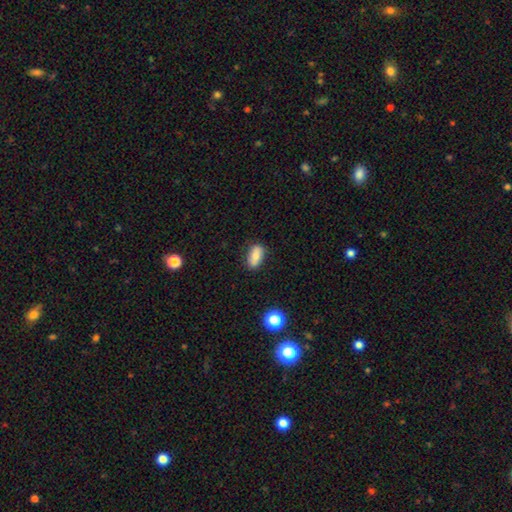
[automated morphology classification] Smooth or featured: smooth — 74% (featured or disk — 18%)
How rounded: in between — 88% (cigar-shaped — 6%)
Merging: none — 81% (minor disturbance — 14%)